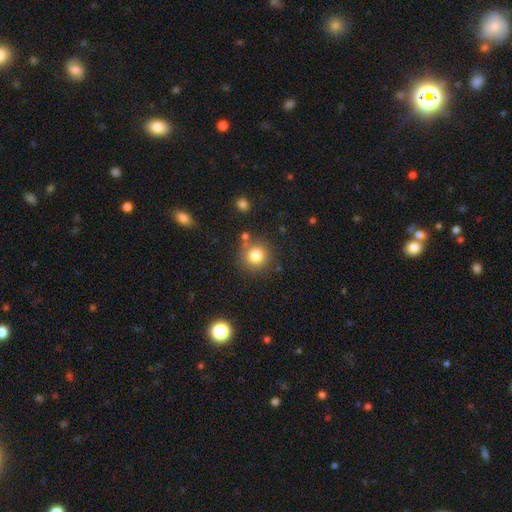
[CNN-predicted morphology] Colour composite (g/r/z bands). It shows a smooth galaxy with no disk features (80%) that is round (93%). Merging: none (79%).